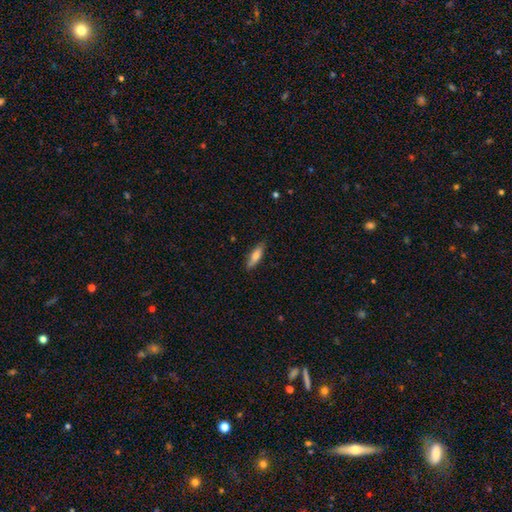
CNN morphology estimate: This is likely a smooth galaxy (72%). How rounded: possibly cigar-shaped (58%). Merging: clearly none (87%).